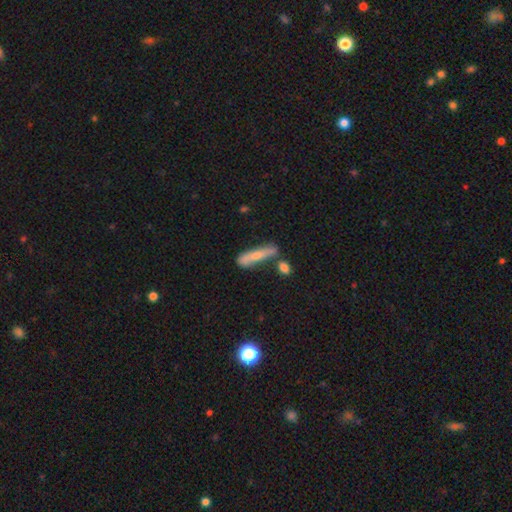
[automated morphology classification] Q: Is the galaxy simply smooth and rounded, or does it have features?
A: smooth — 60%.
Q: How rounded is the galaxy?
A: cigar-shaped — 82%.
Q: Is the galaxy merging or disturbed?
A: none — 56%.